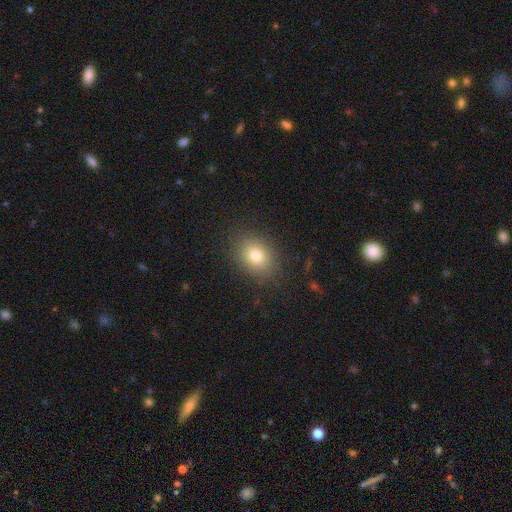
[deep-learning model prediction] The model was most divided on "how rounded": in between: 57%, round: 42%, cigar-shaped: 1%. More confident: merging — none (85%); smooth or featured — smooth (78%).